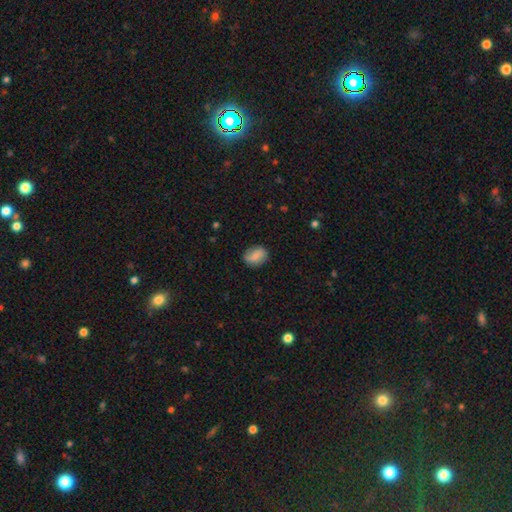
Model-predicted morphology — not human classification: type=smooth (75%); roundness=in between (64%); merging=none (83%).